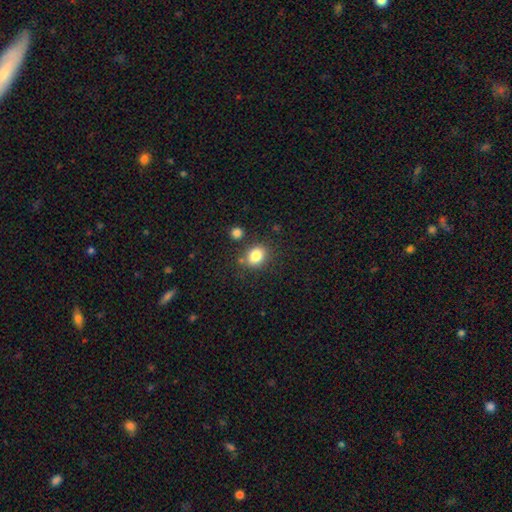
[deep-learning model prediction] Smooth or featured?
  - smooth: 83% *
  - star or artifact: 10%
  - featured or disk: 7%
How rounded?
  - round: 54% *
  - in between: 45%
  - cigar-shaped: 1%
Merging?
  - none: 76% *
  - minor disturbance: 12%
  - merger: 8%
  - major disturbance: 4%